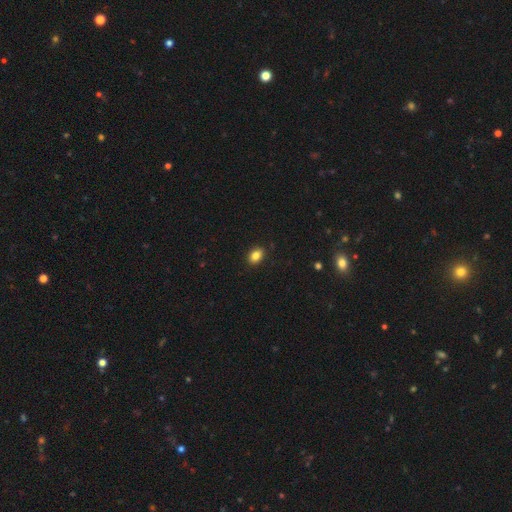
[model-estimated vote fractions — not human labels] This is clearly a smooth galaxy (85%). How rounded: likely in between (70%). Merging: clearly none (89%).